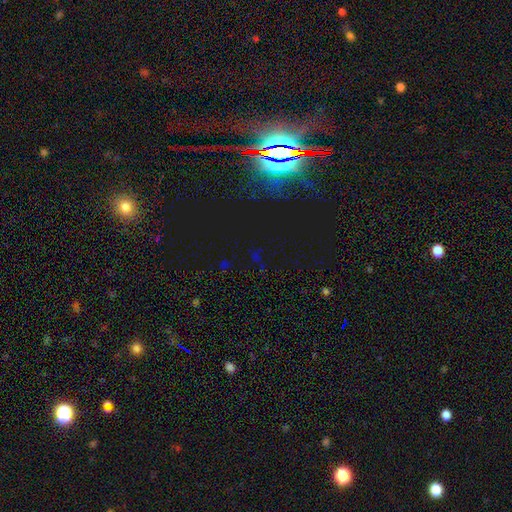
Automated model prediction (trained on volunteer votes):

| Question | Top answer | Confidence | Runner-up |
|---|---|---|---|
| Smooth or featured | star or artifact | 74% | smooth (18%) |